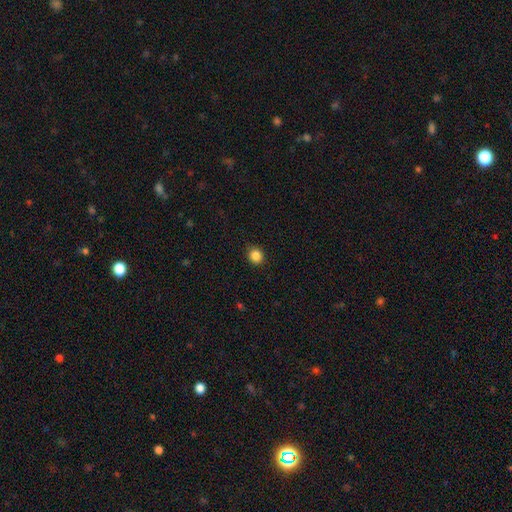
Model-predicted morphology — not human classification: smooth 85%, star or artifact 11%, featured or disk 4%. Down the decision tree: how rounded — round (78%); merging — none (90%).